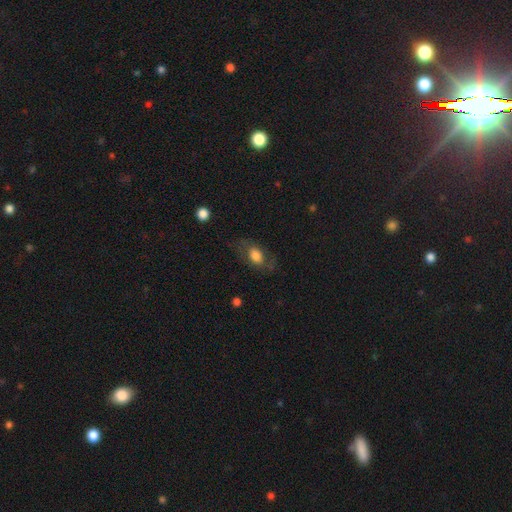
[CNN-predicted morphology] This appears to be a smooth galaxy with no disk features (66%) that is in between round and cigar-shaped (82%). Merging: none (65%).